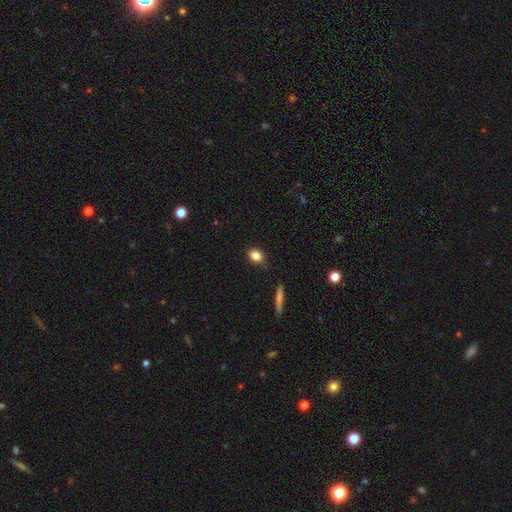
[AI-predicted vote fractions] This is clearly a smooth galaxy (83%). How rounded: possibly in between (54%). Merging: clearly none (84%).